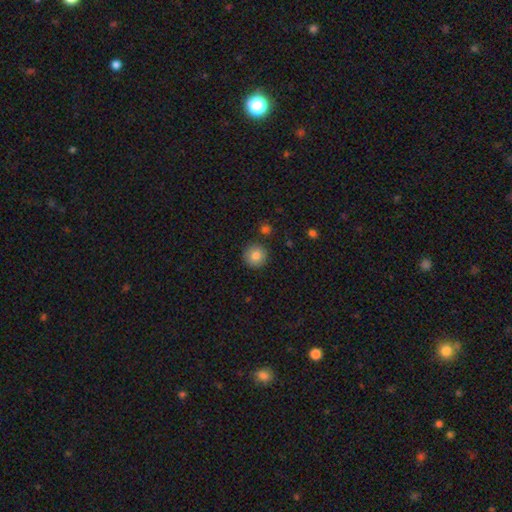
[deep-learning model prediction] A smooth galaxy with no disk features (84%) that is round (95%).

Vote fractions:
- Smooth or featured? smooth: 84% / star or artifact: 9% / featured or disk: 7%
- How rounded? round: 95% / in between: 4% / cigar-shaped: 1%
- Merging? none: 89% / minor disturbance: 7% / merger: 3% / major disturbance: 2%